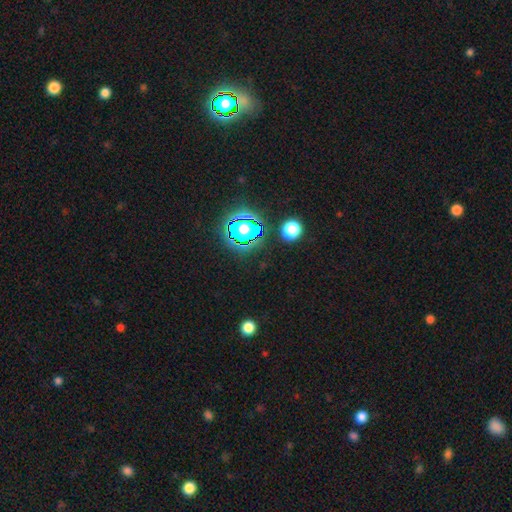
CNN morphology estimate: A star or artifact, not a galaxy (80%).

Vote fractions:
- Smooth or featured? star or artifact: 80% / smooth: 13% / featured or disk: 8%